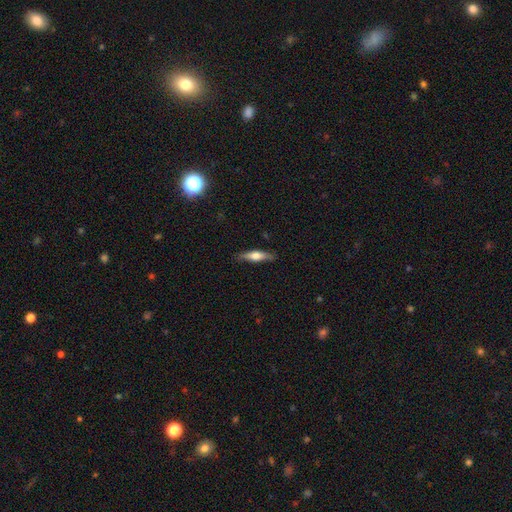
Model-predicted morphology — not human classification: The model was most divided on "smooth or featured": featured or disk: 51%, smooth: 43%, star or artifact: 6%. More confident: edge-on disk — yes (92%); merging — none (83%).